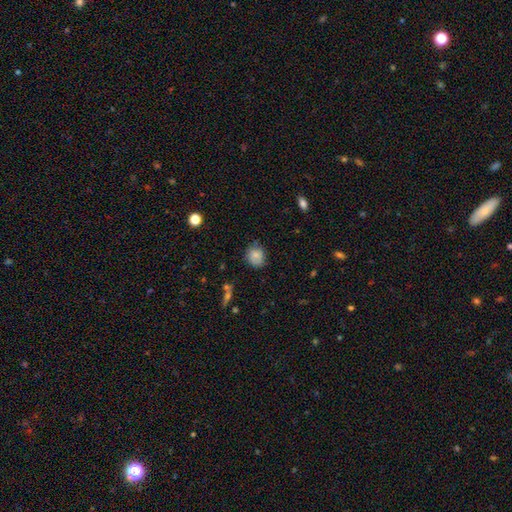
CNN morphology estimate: smooth_or_featured: smooth (p=0.78) [alt: featured or disk p=0.12]
how_rounded: round (p=0.71) [alt: in between p=0.28]
merging: none (p=0.71) [alt: minor disturbance p=0.23]